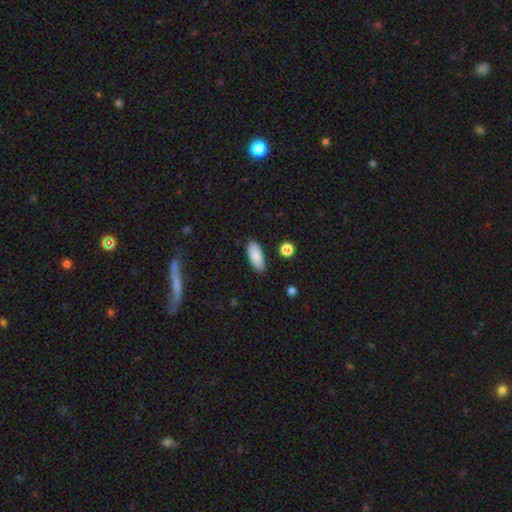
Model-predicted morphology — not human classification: Smooth or featured? smooth (87%)
How rounded? in between (82%)
Merging? none (85%)